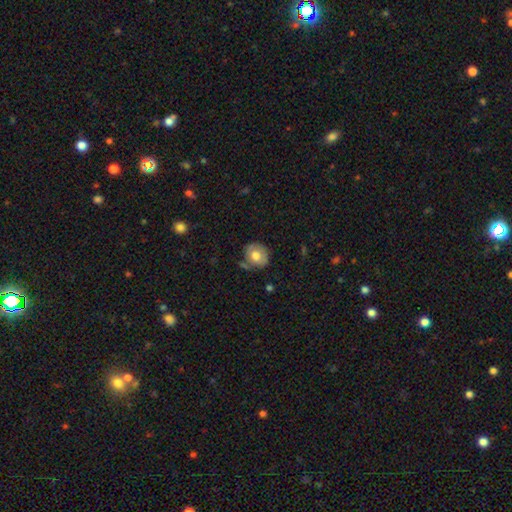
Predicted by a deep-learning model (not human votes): Smooth or featured: smooth — 69% (featured or disk — 24%)
How rounded: round — 72% (in between — 27%)
Merging: none — 71% (minor disturbance — 19%)